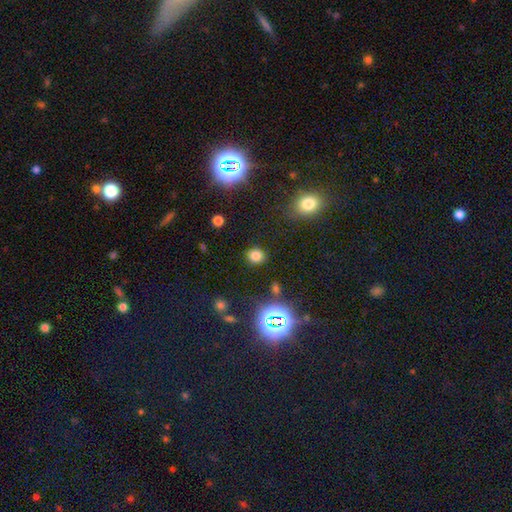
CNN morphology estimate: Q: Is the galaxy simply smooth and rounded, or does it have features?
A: smooth — 75%.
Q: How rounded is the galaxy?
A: round — 74%.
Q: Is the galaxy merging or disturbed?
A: none — 86%.